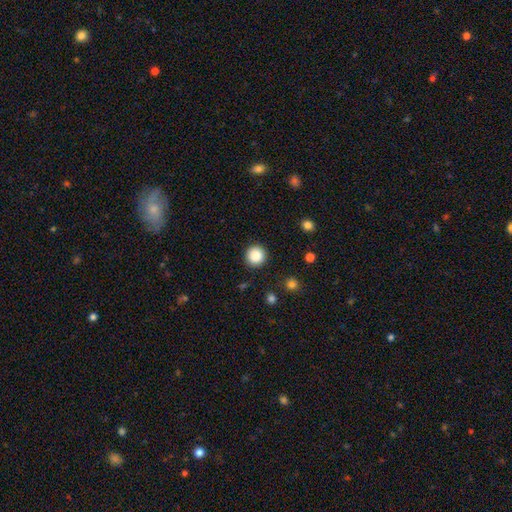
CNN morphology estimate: Smooth or featured?
  - smooth: 87% *
  - star or artifact: 9%
  - featured or disk: 4%
How rounded?
  - round: 95% *
  - in between: 4%
  - cigar-shaped: 1%
Merging?
  - none: 92% *
  - minor disturbance: 5%
  - major disturbance: 2%
  - merger: 1%